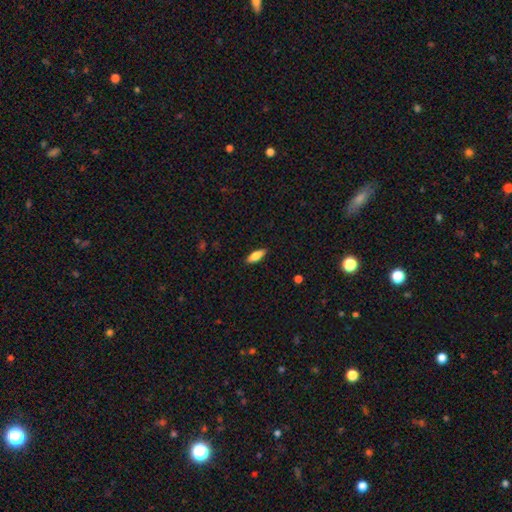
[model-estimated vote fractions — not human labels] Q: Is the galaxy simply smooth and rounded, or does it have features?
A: smooth — 77%.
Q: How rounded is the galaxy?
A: in between — 67%.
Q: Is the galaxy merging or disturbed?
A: none — 88%.